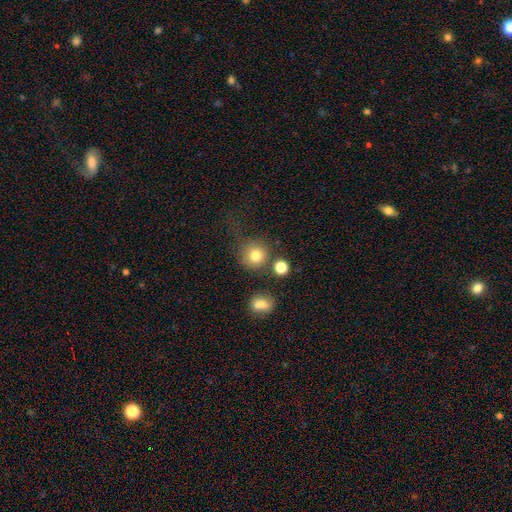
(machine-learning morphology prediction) A smooth galaxy with no disk features (78%) that is round (91%). Merging: none (67%).